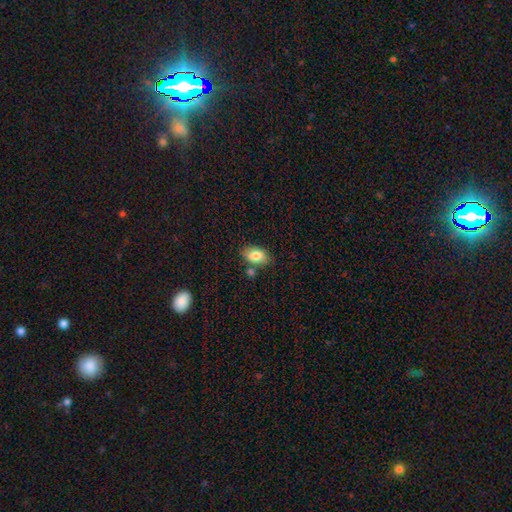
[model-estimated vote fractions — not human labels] smooth-or-featured: smooth: 81% | featured or disk: 11% | star or artifact: 8%
  how-rounded: in between: 88% | round: 10% | cigar-shaped: 2%
  merging: none: 74% | minor disturbance: 14% | merger: 9% | major disturbance: 3%